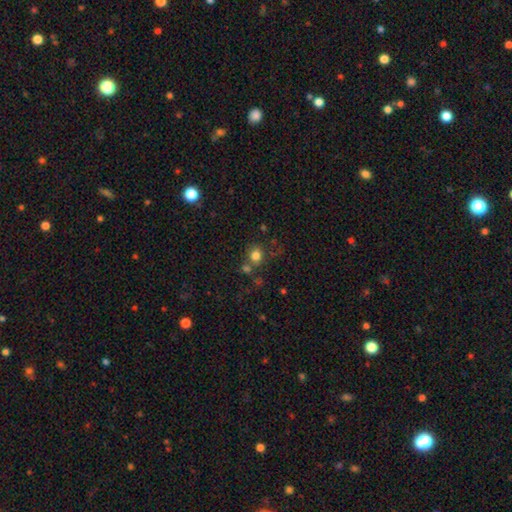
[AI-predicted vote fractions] smooth-or-featured: smooth: 79% | star or artifact: 14% | featured or disk: 7%
  how-rounded: round: 71% | in between: 28% | cigar-shaped: 1%
  merging: none: 64% | merger: 17% | minor disturbance: 13% | major disturbance: 6%